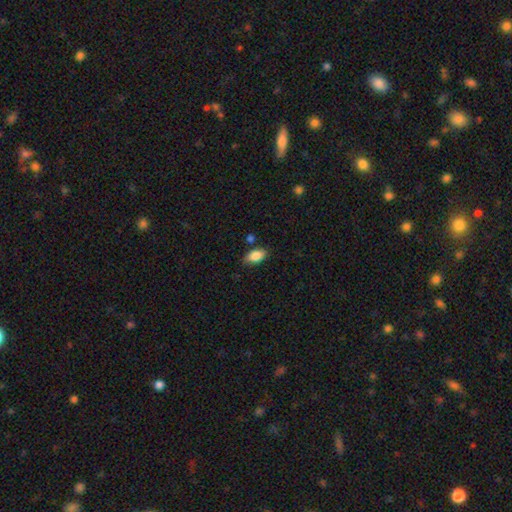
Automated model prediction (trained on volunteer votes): smooth_or_featured: smooth (p=0.86) [alt: star or artifact p=0.07]
how_rounded: in between (p=0.92) [alt: round p=0.04]
merging: none (p=0.81) [alt: minor disturbance p=0.13]